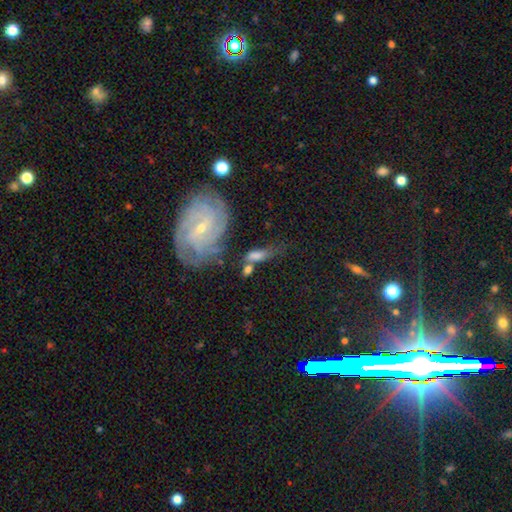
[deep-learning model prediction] Q: Smooth or featured?
A: smooth (50%); runner-up: featured or disk (39%)
Q: How rounded?
A: in between (63%); runner-up: cigar-shaped (28%)
Q: Merging?
A: none (44%); runner-up: minor disturbance (22%)